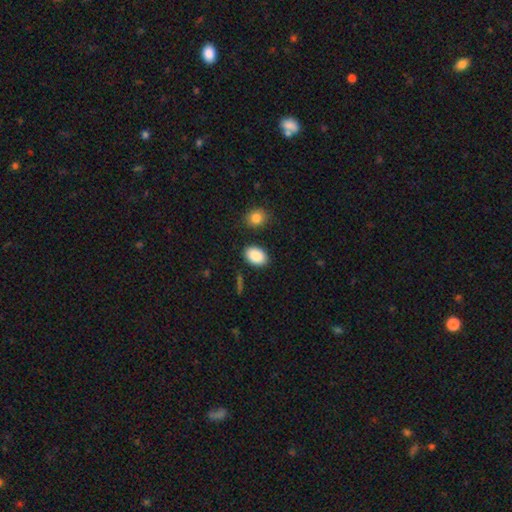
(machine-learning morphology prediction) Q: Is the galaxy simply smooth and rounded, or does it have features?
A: smooth — 89%.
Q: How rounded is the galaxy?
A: in between — 86%.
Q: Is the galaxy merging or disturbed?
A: none — 85%.